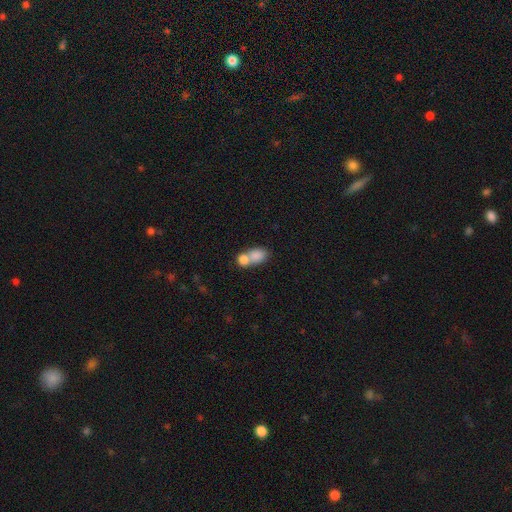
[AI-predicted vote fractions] The model was most divided on "merging": merger: 61%, none: 27%, minor disturbance: 8%, major disturbance: 4%. More confident: smooth or featured — smooth (80%); how rounded — in between (72%).